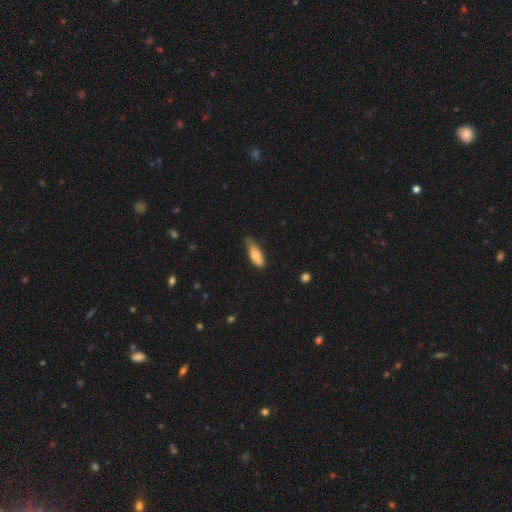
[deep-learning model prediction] A smooth galaxy with no disk features (80%) that is in between round and cigar-shaped (66%).

Vote fractions:
- Smooth or featured? smooth: 80% / featured or disk: 14% / star or artifact: 6%
- How rounded? in between: 66% / cigar-shaped: 32% / round: 2%
- Merging? none: 53% / minor disturbance: 38% / major disturbance: 7% / merger: 2%